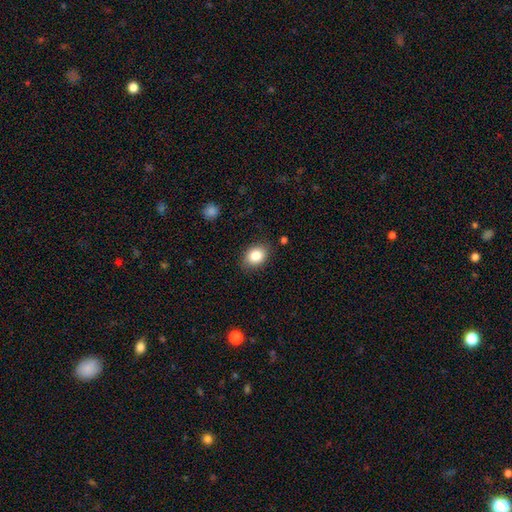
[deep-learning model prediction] smooth-or-featured: smooth: 85% | star or artifact: 8% | featured or disk: 7%
  how-rounded: in between: 65% | round: 34% | cigar-shaped: 1%
  merging: none: 84% | minor disturbance: 11% | major disturbance: 3% | merger: 1%